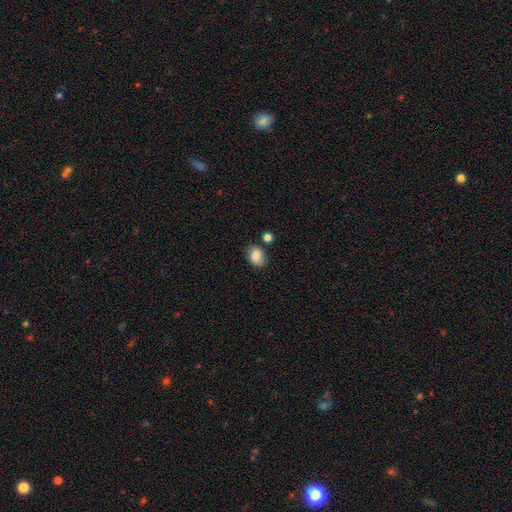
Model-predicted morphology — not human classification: The model was most divided on "how rounded": in between: 72%, round: 27%, cigar-shaped: 1%. More confident: smooth or featured — smooth (82%); merging — none (76%).